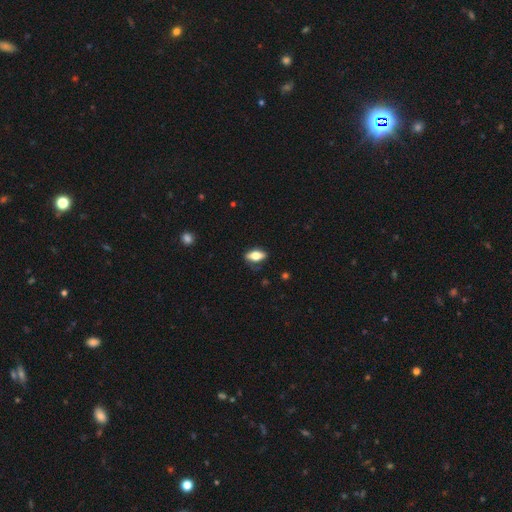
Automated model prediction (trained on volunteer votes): This is likely a smooth galaxy (65%). How rounded: clearly in between (82%). Merging: likely none (79%).